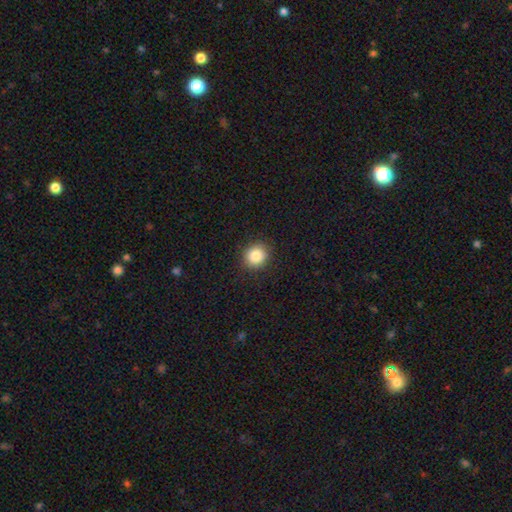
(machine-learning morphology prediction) Smooth or featured? smooth (86%)
How rounded? round (86%)
Merging? none (90%)